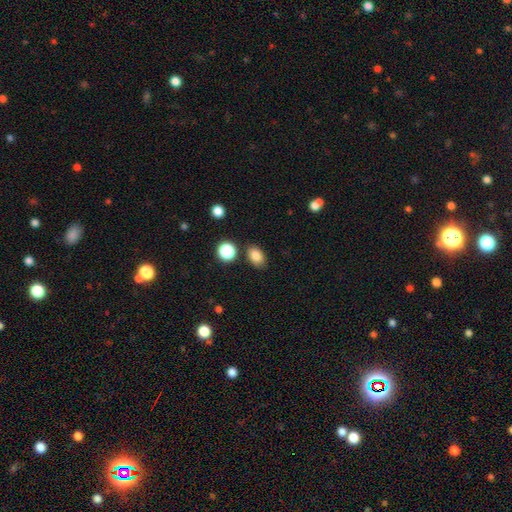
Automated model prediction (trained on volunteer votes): Smooth or featured?
  - smooth: 83% *
  - star or artifact: 11%
  - featured or disk: 6%
How rounded?
  - in between: 78% *
  - round: 20%
  - cigar-shaped: 1%
Merging?
  - none: 83% *
  - minor disturbance: 10%
  - merger: 4%
  - major disturbance: 3%